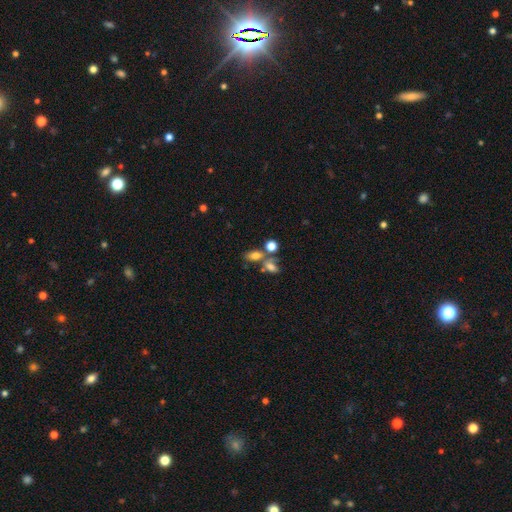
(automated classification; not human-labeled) This appears to be a smooth galaxy with no disk features (71%) that is in between round and cigar-shaped (80%). Merging: none (44%).